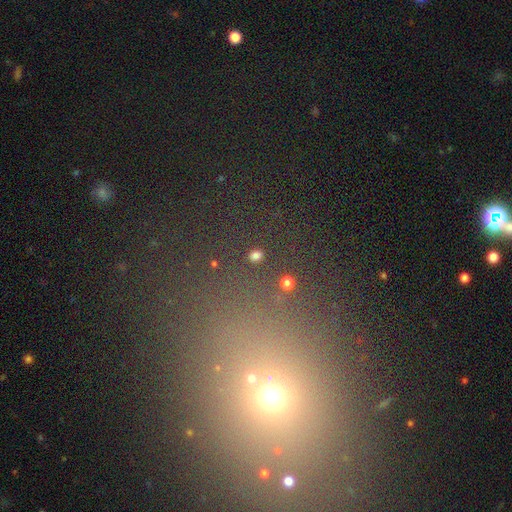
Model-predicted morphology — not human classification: Smooth or featured?
  - smooth: 77% *
  - star or artifact: 19%
  - featured or disk: 5%
How rounded?
  - round: 55% *
  - in between: 43%
  - cigar-shaped: 2%
Merging?
  - none: 88% *
  - minor disturbance: 6%
  - major disturbance: 3%
  - merger: 3%